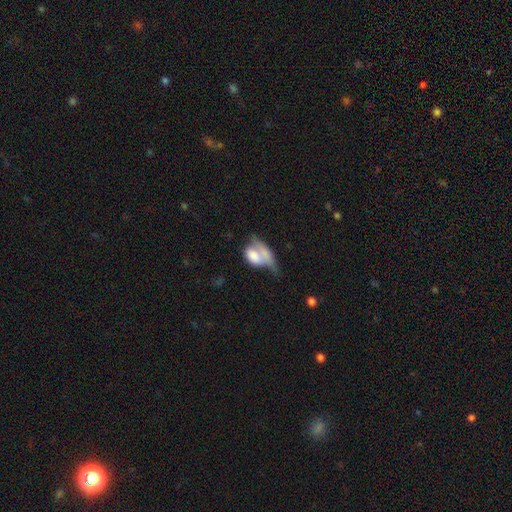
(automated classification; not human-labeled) Smooth or featured? smooth (64%)
How rounded? in between (77%)
Merging? merger (48%)